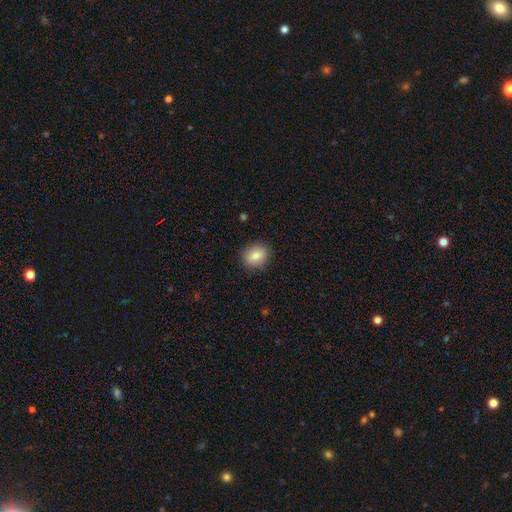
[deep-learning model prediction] Morphology: type=smooth (83%); roundness=round (57%); merging=none (88%).